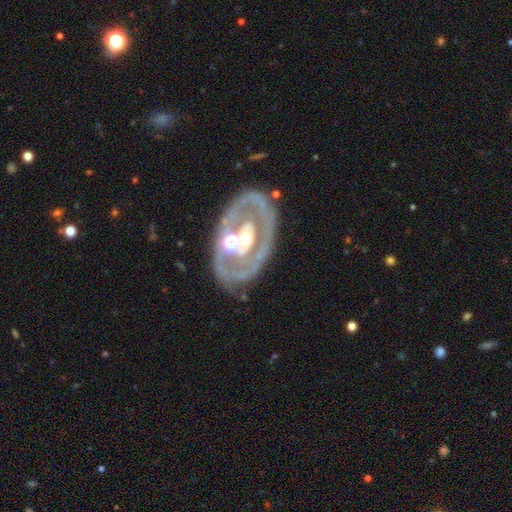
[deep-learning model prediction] Overall: featured or disk (79%). Edge-on disk: no (92%). Bar: no (61%; weak 23%). Spiral arms: no (53%; yes 47%). Bulge size: moderate (66%). Merging: none (76%).